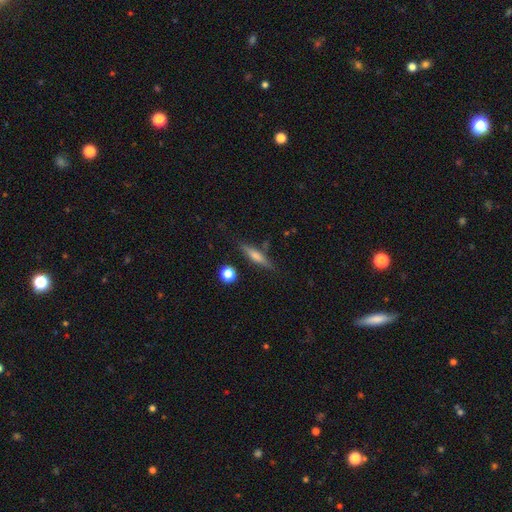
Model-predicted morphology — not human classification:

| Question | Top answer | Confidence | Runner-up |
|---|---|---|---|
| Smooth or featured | featured or disk | 51% | smooth (41%) |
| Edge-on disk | yes | 95% | no (5%) |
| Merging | none | 83% | minor disturbance (11%) |